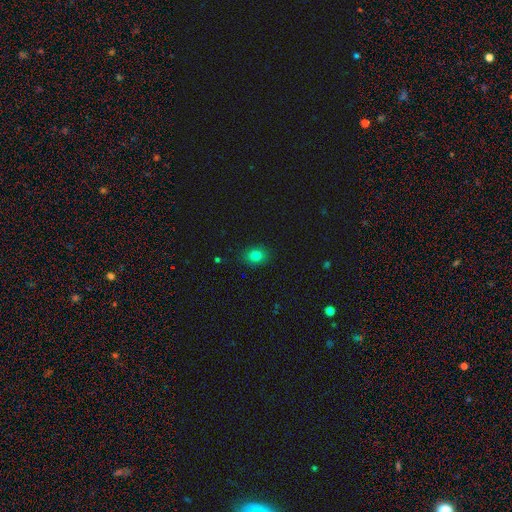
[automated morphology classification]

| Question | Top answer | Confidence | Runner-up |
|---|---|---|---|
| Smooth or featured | smooth | 79% | star or artifact (14%) |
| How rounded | round | 58% | in between (41%) |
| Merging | none | 88% | minor disturbance (9%) |